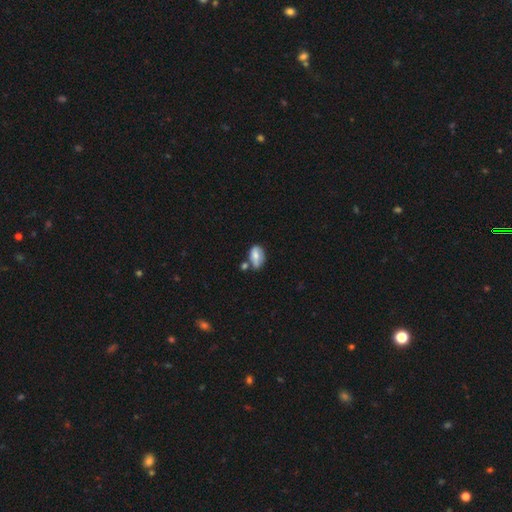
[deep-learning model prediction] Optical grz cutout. It shows a smooth galaxy with no disk features (68%) that is in between round and cigar-shaped (89%). Merging: none (43%).